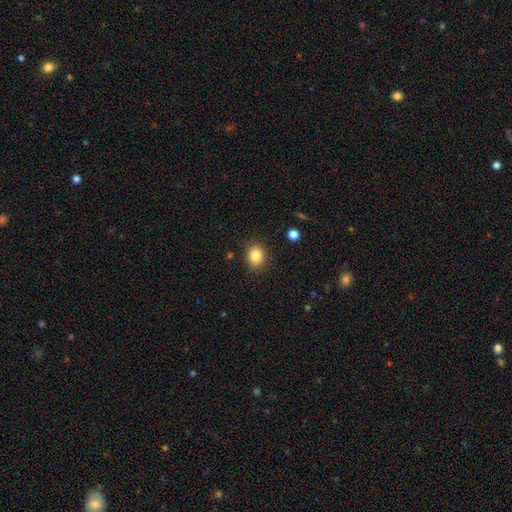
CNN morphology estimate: A smooth galaxy with no disk features (84%) that is round (55%).

Vote fractions:
- Smooth or featured? smooth: 84% / star or artifact: 10% / featured or disk: 6%
- How rounded? round: 55% / in between: 44% / cigar-shaped: 1%
- Merging? none: 88% / minor disturbance: 9% / major disturbance: 2% / merger: 1%